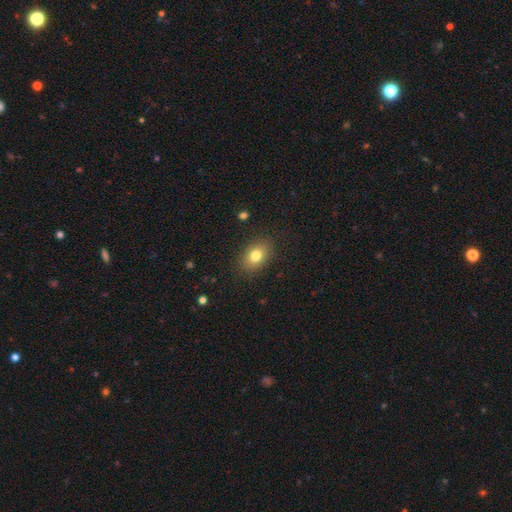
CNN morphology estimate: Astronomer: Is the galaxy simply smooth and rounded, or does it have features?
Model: smooth — 79%.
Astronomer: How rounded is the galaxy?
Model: in between — 75%.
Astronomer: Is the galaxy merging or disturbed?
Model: none — 86%.